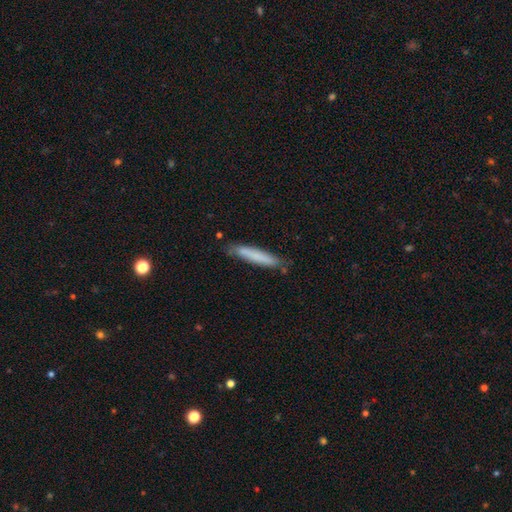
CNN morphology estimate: smooth 77%, featured or disk 17%, star or artifact 6%. Down the decision tree: how rounded — cigar-shaped (92%); merging — none (79%).